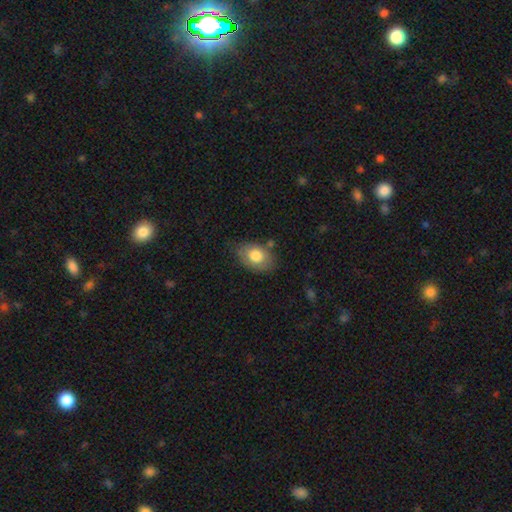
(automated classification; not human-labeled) smooth 75%, featured or disk 18%, star or artifact 7%. Down the decision tree: how rounded — in between (81%); merging — none (64%).